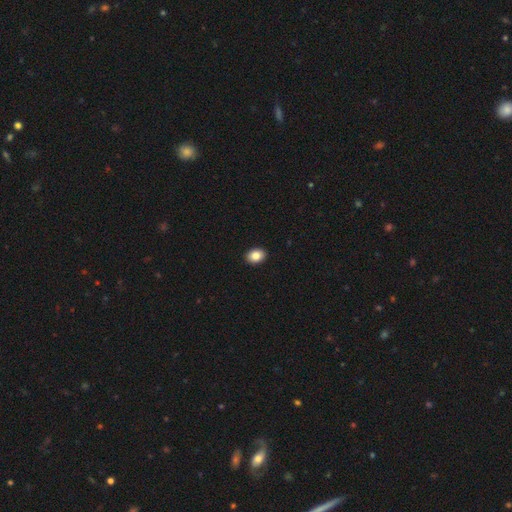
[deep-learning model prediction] Smooth or featured? Predicted: smooth (p=0.86). How rounded? Predicted: in between (p=0.73). Merging? Predicted: none (p=0.92).